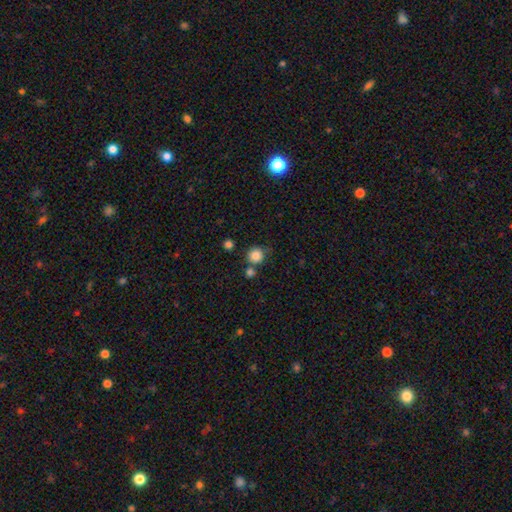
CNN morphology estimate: The model was most divided on "merging": none: 67%, merger: 17%, minor disturbance: 12%, major disturbance: 4%. More confident: how rounded — round (91%); smooth or featured — smooth (85%).